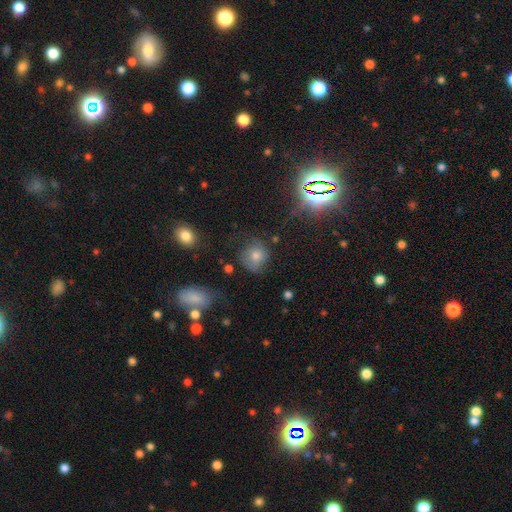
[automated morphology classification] smooth 57%, star or artifact 24%, featured or disk 19%. Down the decision tree: how rounded — round (79%); merging — none (63%).